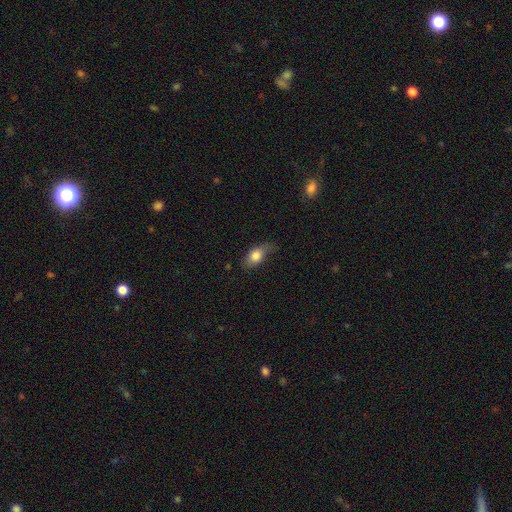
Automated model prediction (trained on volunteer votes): Smooth or featured? Predicted: smooth (p=0.77). How rounded? Predicted: in between (p=0.81). Merging? Predicted: none (p=0.51).